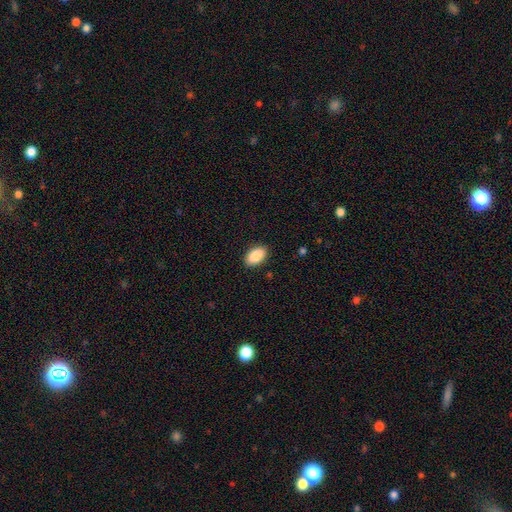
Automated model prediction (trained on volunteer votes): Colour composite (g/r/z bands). It shows a smooth galaxy with no disk features (88%) that is in between round and cigar-shaped (94%). Merging: none (89%).